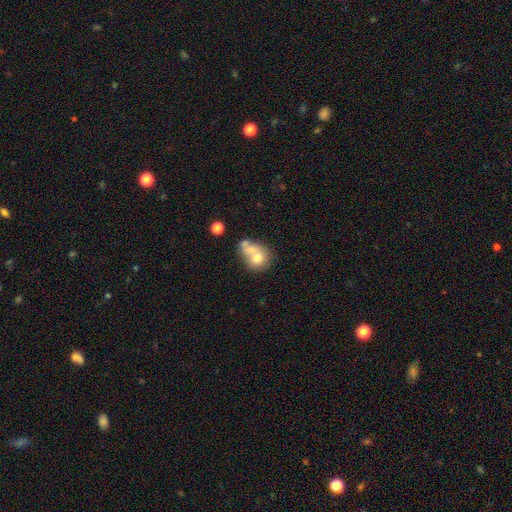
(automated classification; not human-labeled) A smooth galaxy with no disk features (64%) that is round (64%).

Vote fractions:
- Smooth or featured? smooth: 64% / featured or disk: 26% / star or artifact: 10%
- How rounded? round: 64% / in between: 35% / cigar-shaped: 1%
- Merging? merger: 53% / none: 26% / minor disturbance: 12% / major disturbance: 9%